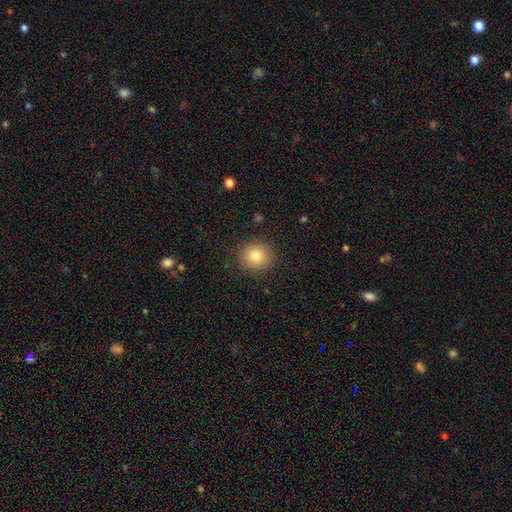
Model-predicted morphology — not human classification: A smooth galaxy with no disk features (80%) that is round (88%).

Vote fractions:
- Smooth or featured? smooth: 80% / star or artifact: 10% / featured or disk: 9%
- How rounded? round: 88% / in between: 11% / cigar-shaped: 1%
- Merging? none: 88% / minor disturbance: 8% / major disturbance: 3% / merger: 1%